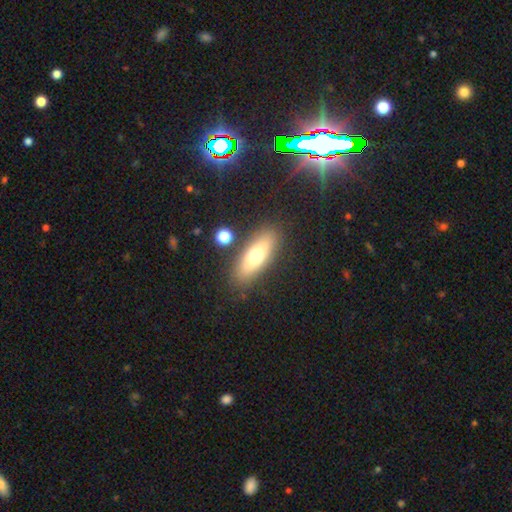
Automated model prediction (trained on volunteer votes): This appears to be a smooth galaxy with no disk features (65%) that is in between round and cigar-shaped (58%). Merging: none (84%).